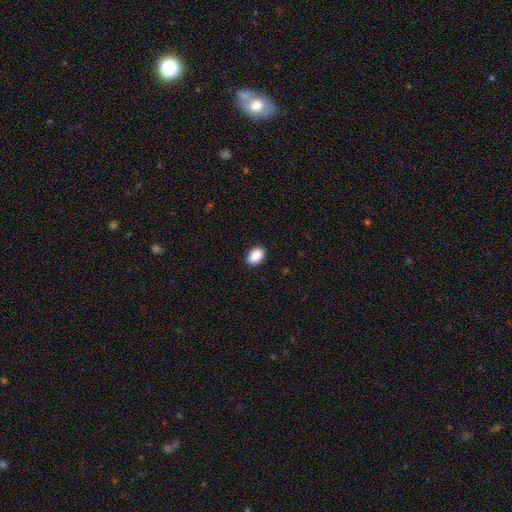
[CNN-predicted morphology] smooth_or_featured: smooth (p=0.90) [alt: star or artifact p=0.07]
how_rounded: in between (p=0.84) [alt: round p=0.15]
merging: none (p=0.90) [alt: minor disturbance p=0.07]